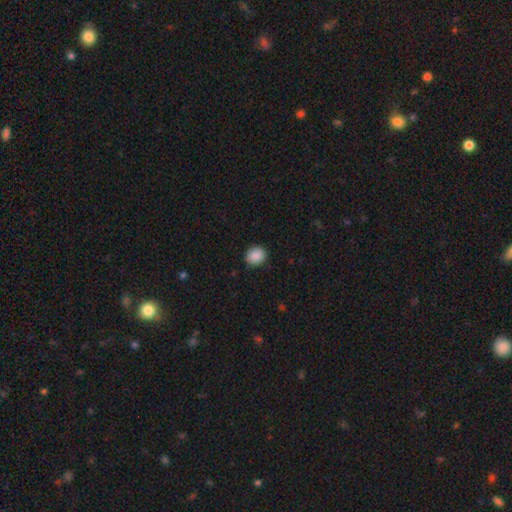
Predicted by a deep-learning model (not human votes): This is clearly a smooth galaxy (89%). How rounded: likely round (67%). Merging: clearly none (87%).